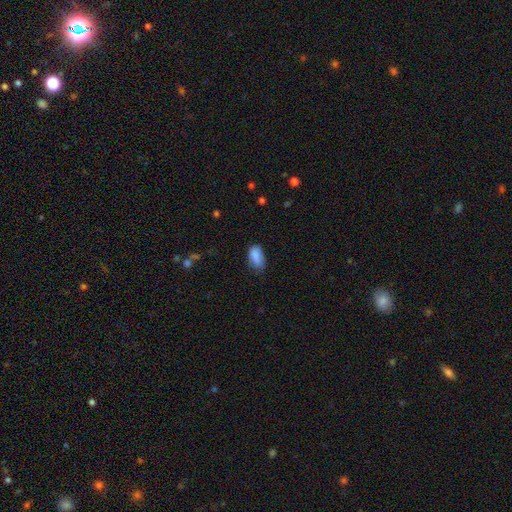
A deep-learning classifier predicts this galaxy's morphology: This appears to be a smooth galaxy with no disk features (85%) that is in between round and cigar-shaped (92%). Merging: none (54%).